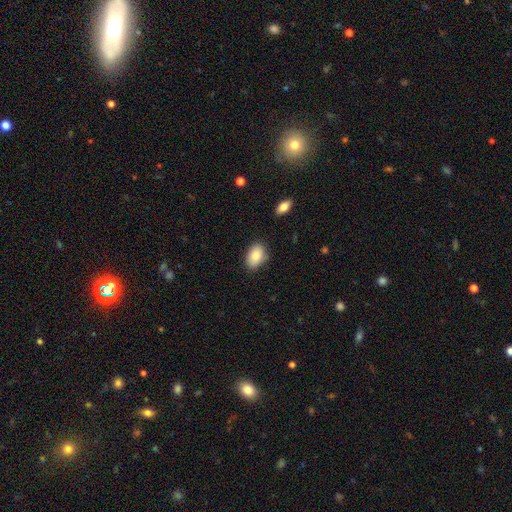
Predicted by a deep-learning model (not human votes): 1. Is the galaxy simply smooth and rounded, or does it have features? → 86% smooth, 7% star or artifact, 7% featured or disk.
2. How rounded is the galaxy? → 90% in between, 8% round, 1% cigar-shaped.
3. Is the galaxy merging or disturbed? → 81% none, 14% minor disturbance, 3% major disturbance, 2% merger.